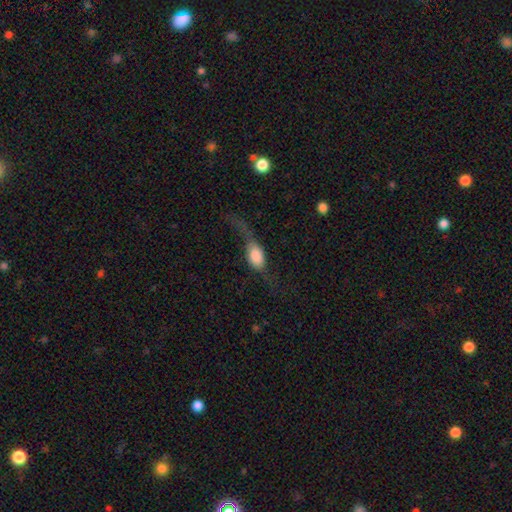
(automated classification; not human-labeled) Smooth or featured? smooth (57%)
How rounded? in between (79%)
Merging? major disturbance (44%)